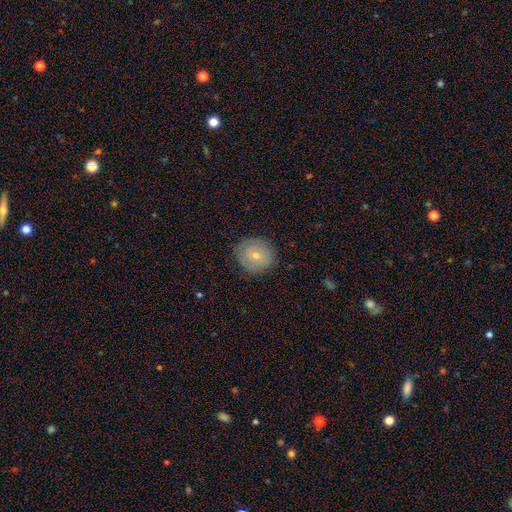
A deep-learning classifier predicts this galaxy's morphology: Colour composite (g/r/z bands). It shows a smooth galaxy with no disk features (65%) that is round (85%). Merging: none (82%).